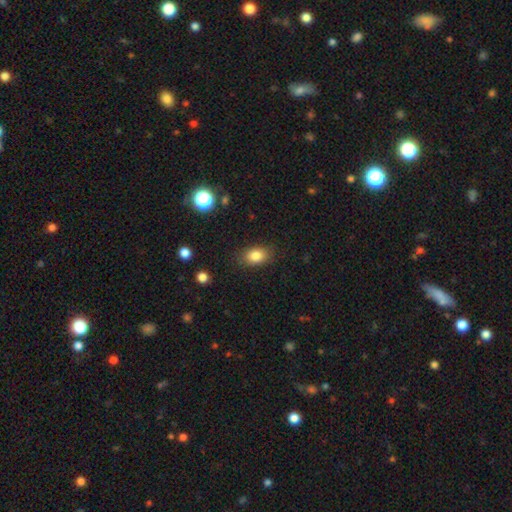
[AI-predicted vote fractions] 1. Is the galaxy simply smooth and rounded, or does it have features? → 84% smooth, 9% star or artifact, 7% featured or disk.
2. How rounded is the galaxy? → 83% in between, 16% round, 2% cigar-shaped.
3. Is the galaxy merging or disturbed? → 84% none, 12% minor disturbance, 3% major disturbance, 1% merger.